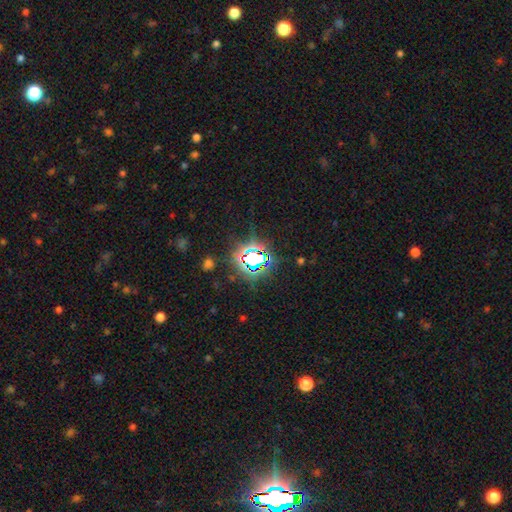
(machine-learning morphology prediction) Smooth or featured? Predicted: star or artifact (p=0.76).